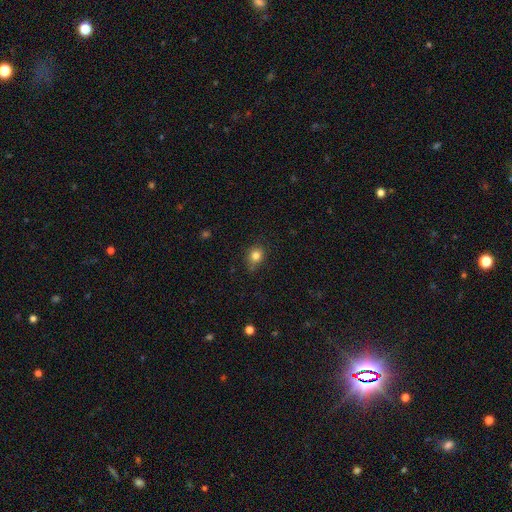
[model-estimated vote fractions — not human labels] smooth_or_featured: smooth (p=0.81) [alt: star or artifact p=0.12]
how_rounded: round (p=0.67) [alt: in between p=0.32]
merging: none (p=0.73) [alt: minor disturbance p=0.21]